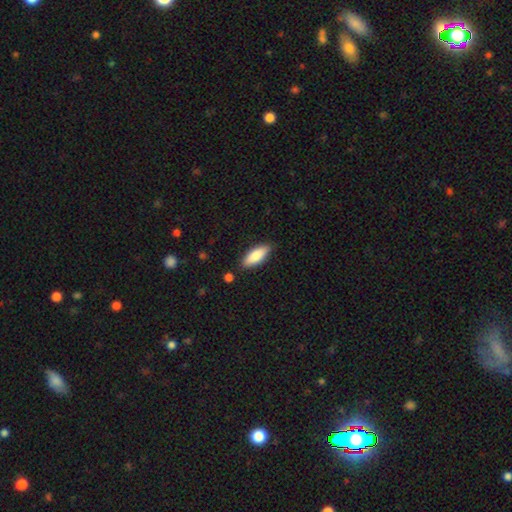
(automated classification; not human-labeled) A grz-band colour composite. It shows a smooth galaxy with no disk features (83%) that is in between round and cigar-shaped (72%). Merging: none (85%).